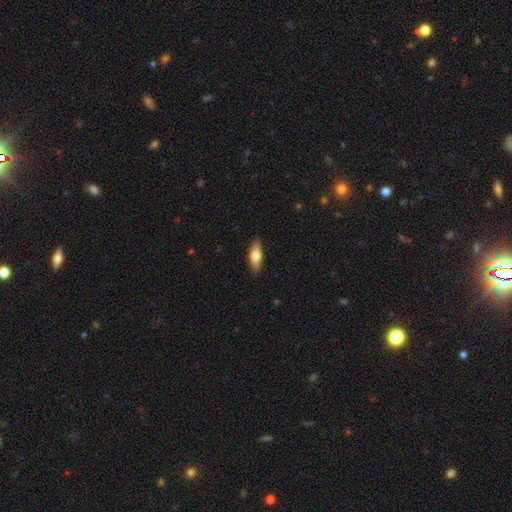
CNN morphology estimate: This appears to be a smooth galaxy with no disk features (74%) that is in between round and cigar-shaped (69%). Merging: none (88%).